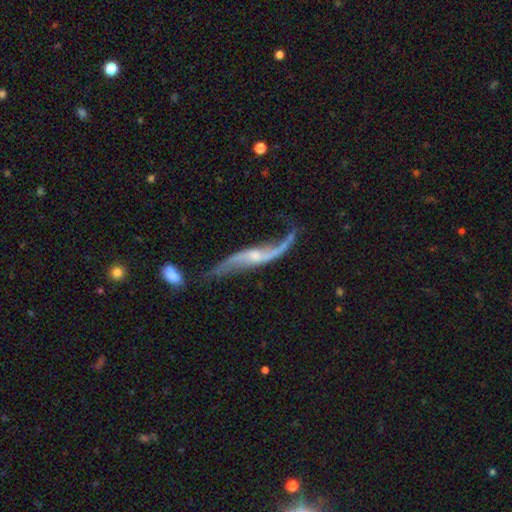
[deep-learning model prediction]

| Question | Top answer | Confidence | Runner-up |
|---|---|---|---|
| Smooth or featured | featured or disk | 87% | smooth (8%) |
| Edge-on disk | no | 77% | yes (23%) |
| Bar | no | 51% | weak (33%) |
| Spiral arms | yes | 93% | no (7%) |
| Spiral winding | loose | 93% | medium (5%) |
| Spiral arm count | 2 | 91% | 1 (4%) |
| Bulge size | small | 62% | moderate (27%) |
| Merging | none | 47% | minor disturbance (24%) |